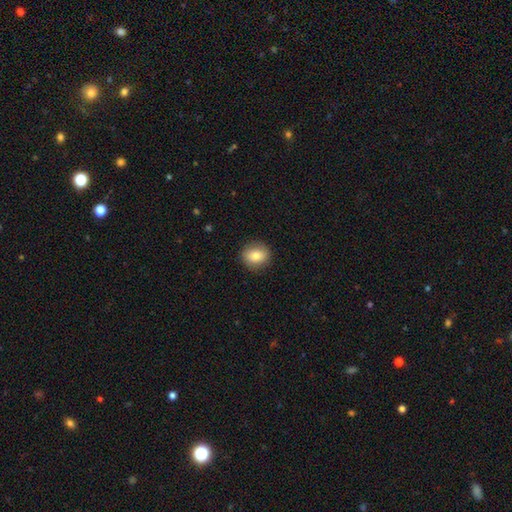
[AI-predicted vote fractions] This is likely a smooth galaxy (80%). How rounded: likely round (73%). Merging: clearly none (88%).